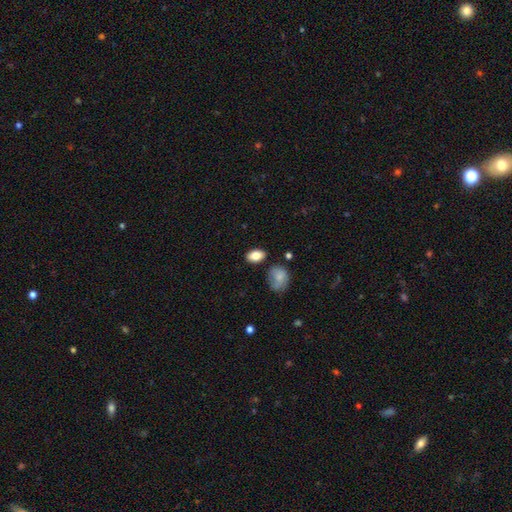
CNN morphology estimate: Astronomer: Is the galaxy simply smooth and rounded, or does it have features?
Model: smooth — 83%.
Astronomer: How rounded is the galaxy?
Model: in between — 88%.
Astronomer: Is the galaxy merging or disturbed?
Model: none — 79%.